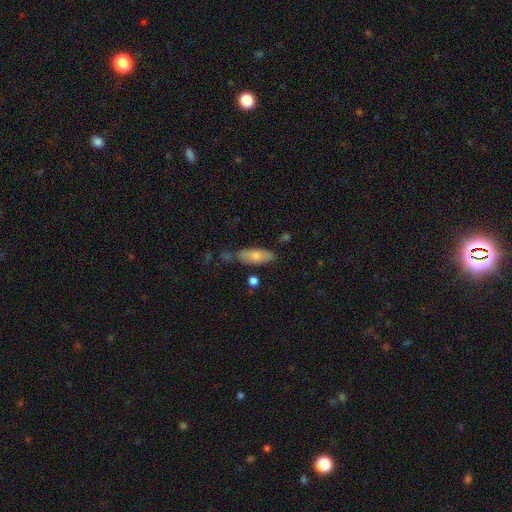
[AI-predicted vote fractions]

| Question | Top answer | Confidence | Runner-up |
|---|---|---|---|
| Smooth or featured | smooth | 75% | featured or disk (18%) |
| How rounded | in between | 65% | cigar-shaped (32%) |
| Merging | none | 67% | minor disturbance (20%) |